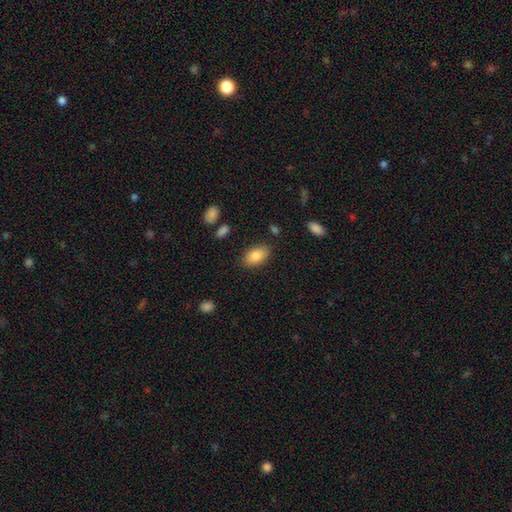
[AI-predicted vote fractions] smooth 84%, featured or disk 9%, star or artifact 7%. Down the decision tree: how rounded — in between (92%); merging — none (83%).